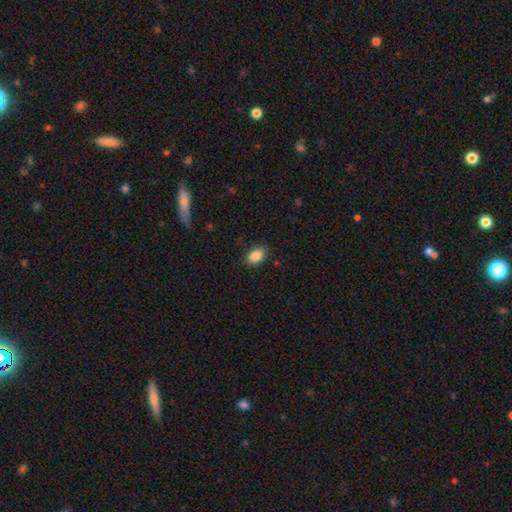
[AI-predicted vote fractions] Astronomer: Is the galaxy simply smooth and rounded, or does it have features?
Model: smooth — 88%.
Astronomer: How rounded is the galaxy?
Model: in between — 86%.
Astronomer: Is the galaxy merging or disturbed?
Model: none — 87%.